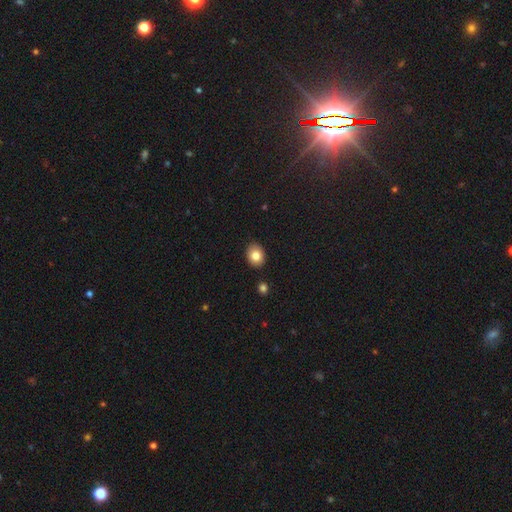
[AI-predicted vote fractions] smooth 83%, featured or disk 9%, star or artifact 9%. Down the decision tree: how rounded — in between (56%); merging — none (88%).